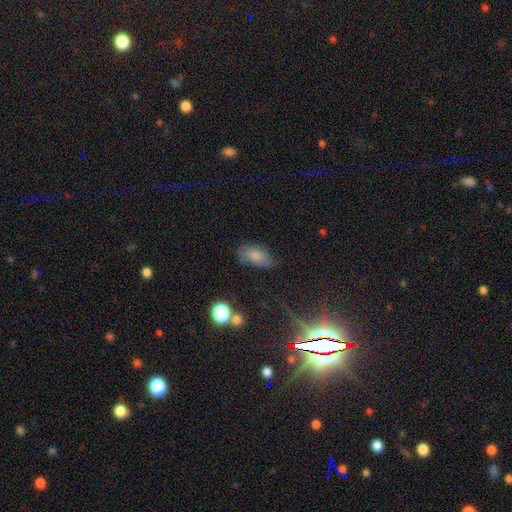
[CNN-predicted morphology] A smooth galaxy with no disk features (75%) that is in between round and cigar-shaped (91%).

Vote fractions:
- Smooth or featured? smooth: 75% / featured or disk: 13% / star or artifact: 12%
- How rounded? in between: 91% / round: 6% / cigar-shaped: 3%
- Merging? none: 62% / minor disturbance: 28% / major disturbance: 8% / merger: 2%